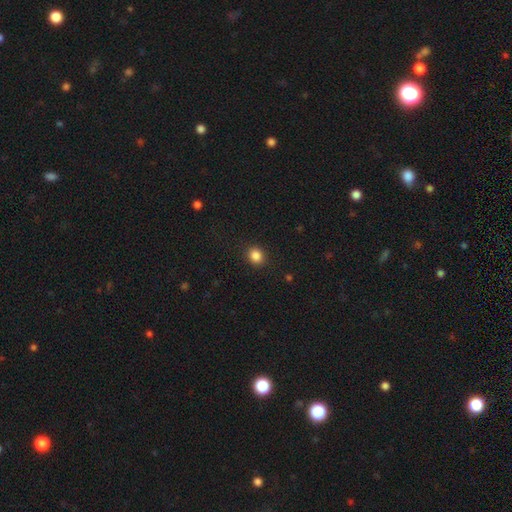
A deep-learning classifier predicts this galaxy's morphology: smooth-or-featured: smooth: 86% | star or artifact: 10% | featured or disk: 3%
  how-rounded: round: 71% | in between: 28% | cigar-shaped: 1%
  merging: none: 90% | minor disturbance: 7% | major disturbance: 2% | merger: 1%